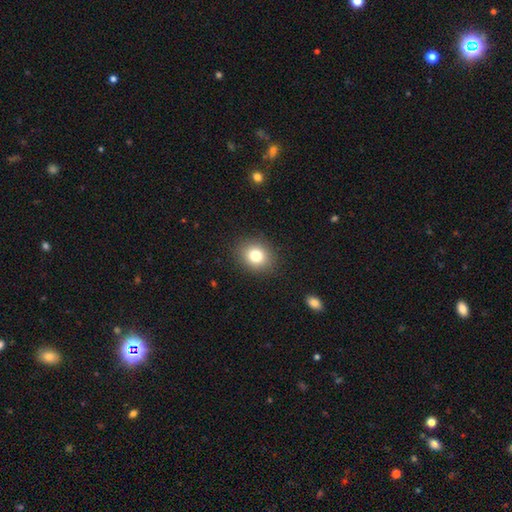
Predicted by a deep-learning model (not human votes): This is likely a smooth galaxy (79%). How rounded: possibly round (60%). Merging: clearly none (89%).